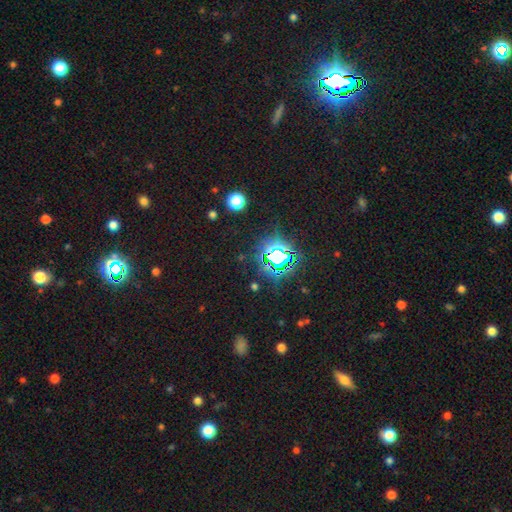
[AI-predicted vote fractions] star or artifact 80%, smooth 13%, featured or disk 7%.